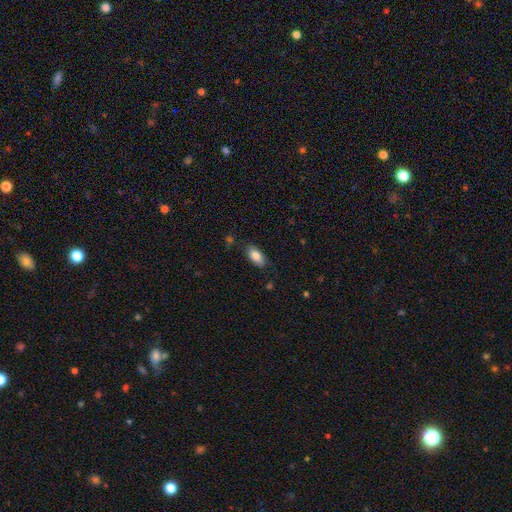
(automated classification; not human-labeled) Morphology: type=smooth (85%); roundness=in between (92%); merging=none (83%).